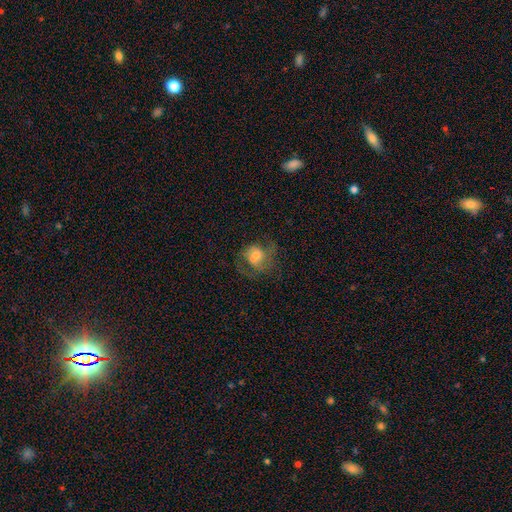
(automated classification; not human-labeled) Smooth or featured?
  - featured or disk: 48% *
  - smooth: 41%
  - star or artifact: 11%
Merging?
  - none: 47% *
  - major disturbance: 26%
  - minor disturbance: 21%
  - merger: 6%